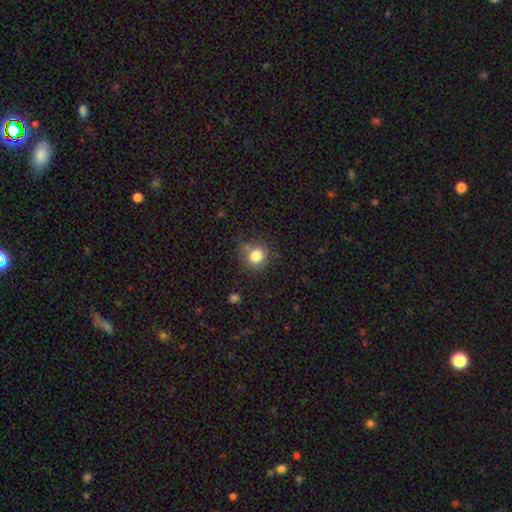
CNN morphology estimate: The model was most divided on "merging": none: 71%, minor disturbance: 17%, merger: 7%, major disturbance: 5%. More confident: how rounded — round (84%); smooth or featured — smooth (82%).